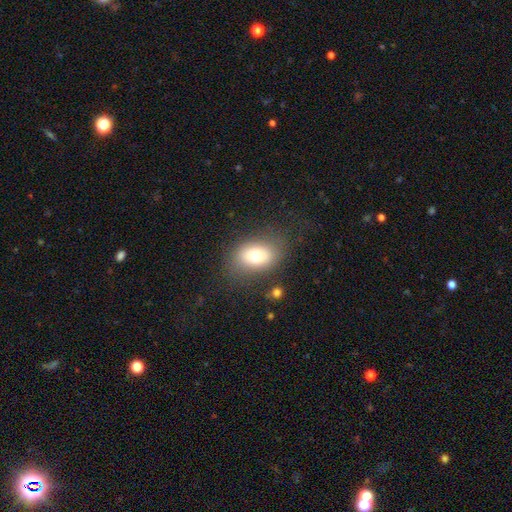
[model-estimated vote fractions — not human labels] A smooth galaxy with no disk features (71%) that is in between round and cigar-shaped (73%). Merging: none (74%).